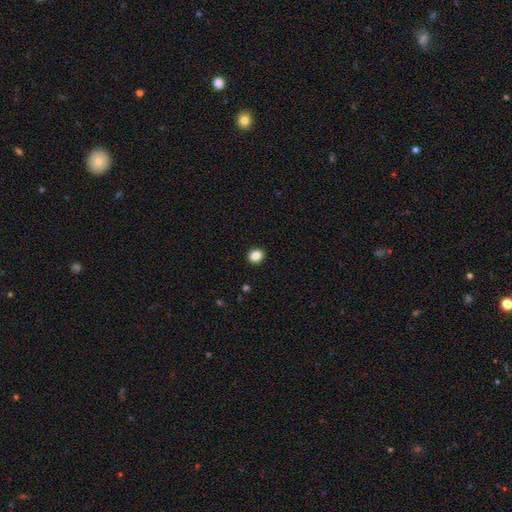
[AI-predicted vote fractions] Morphology: type=smooth (85%); roundness=round (71%); merging=none (92%).